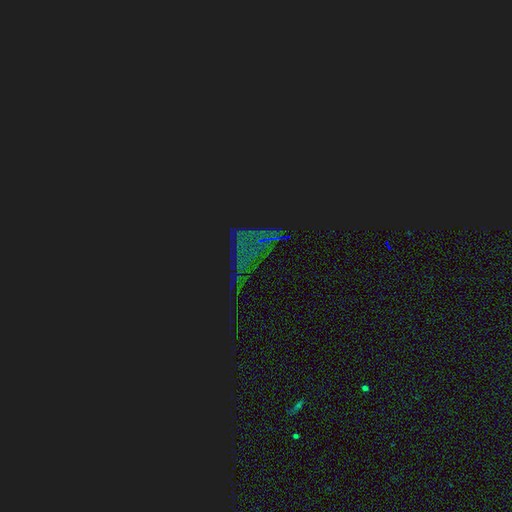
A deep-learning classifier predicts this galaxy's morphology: Smooth or featured: star or artifact — 76% (smooth — 13%)